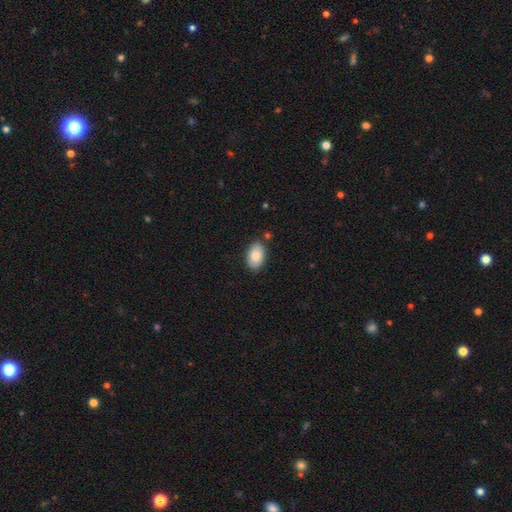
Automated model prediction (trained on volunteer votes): smooth 83%, featured or disk 10%, star or artifact 7%. Down the decision tree: how rounded — in between (93%); merging — none (84%).